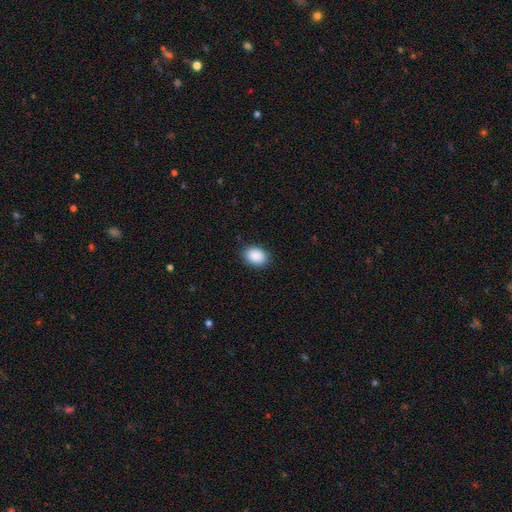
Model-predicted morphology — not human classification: smooth 90%, star or artifact 7%, featured or disk 3%. Down the decision tree: how rounded — in between (74%); merging — none (87%).